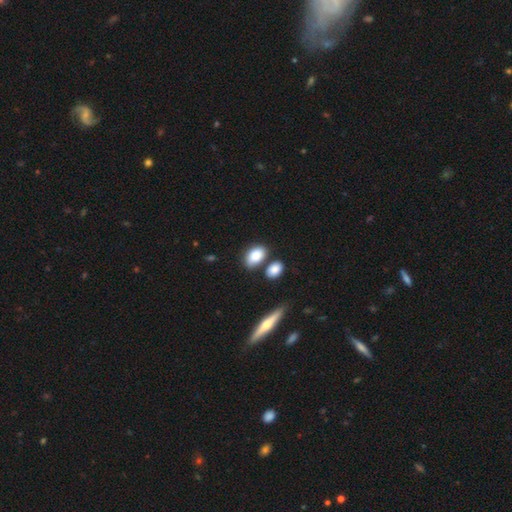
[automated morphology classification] This is clearly a smooth galaxy (84%). How rounded: clearly in between (85%). Merging: possibly none (56%).